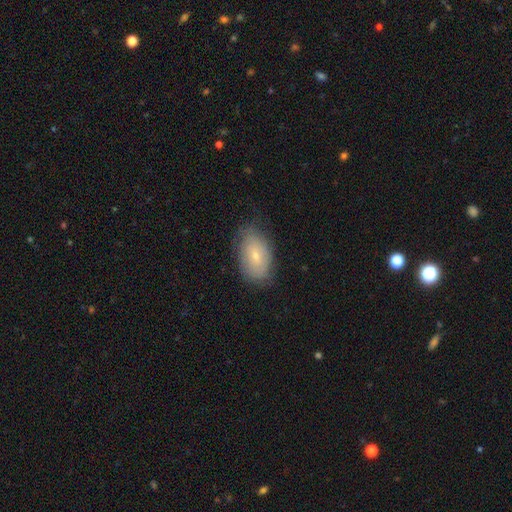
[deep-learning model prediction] Smooth or featured: smooth — 59% (featured or disk — 34%)
How rounded: in between — 91% (round — 7%)
Merging: none — 74% (minor disturbance — 20%)